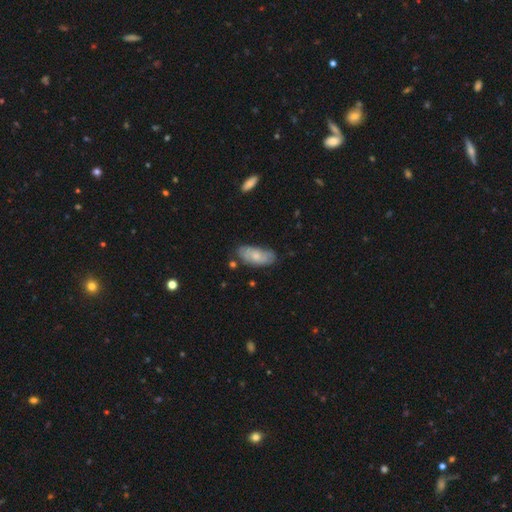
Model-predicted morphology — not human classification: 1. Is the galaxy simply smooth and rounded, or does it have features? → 63% smooth, 31% featured or disk, 6% star or artifact.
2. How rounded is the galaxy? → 88% in between, 10% cigar-shaped, 2% round.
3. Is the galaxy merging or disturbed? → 67% none, 25% minor disturbance, 5% major disturbance, 3% merger.